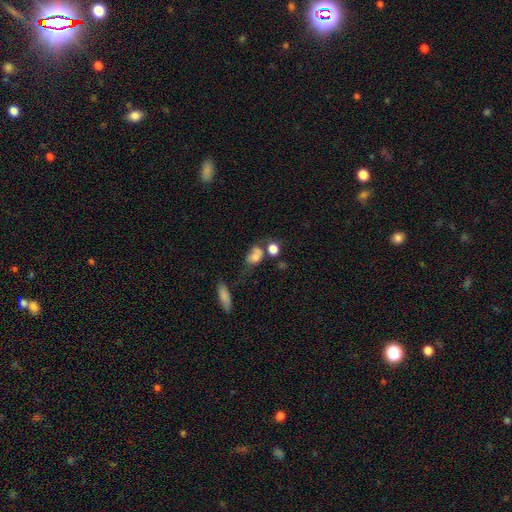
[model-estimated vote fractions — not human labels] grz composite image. It shows a smooth galaxy with no disk features (70%) that is in between round and cigar-shaped (58%). Merging: none (35%).